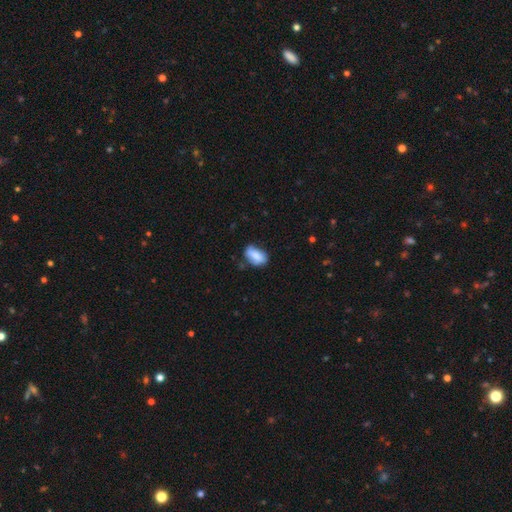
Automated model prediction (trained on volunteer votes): Smooth or featured: smooth — 72% (featured or disk — 21%)
How rounded: in between — 87% (round — 9%)
Merging: none — 56% (minor disturbance — 31%)